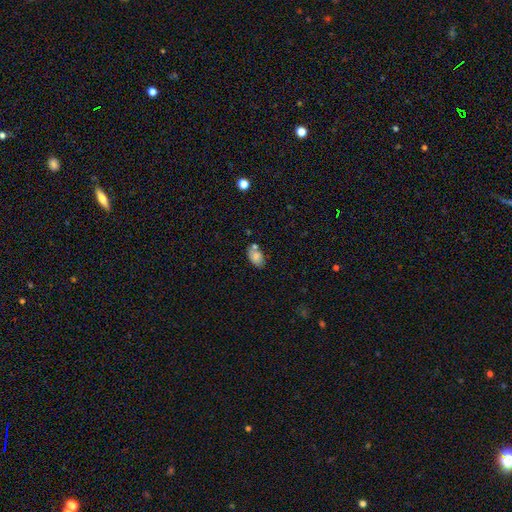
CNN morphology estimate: smooth 80%, featured or disk 11%, star or artifact 9%. Down the decision tree: how rounded — in between (89%); merging — none (60%).